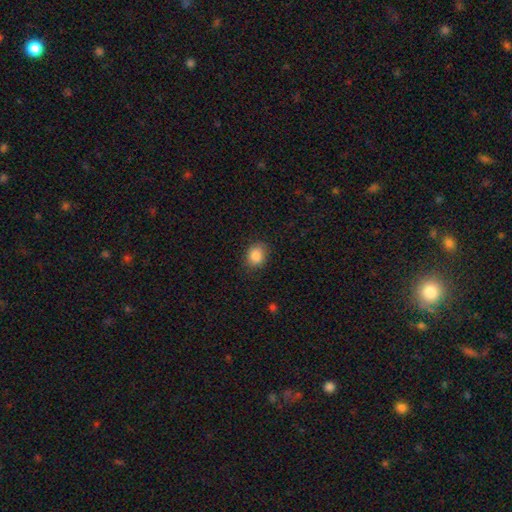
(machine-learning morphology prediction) smooth_or_featured: smooth (p=0.87) [alt: star or artifact p=0.09]
how_rounded: round (p=0.51) [alt: in between p=0.48]
merging: none (p=0.82) [alt: minor disturbance p=0.14]